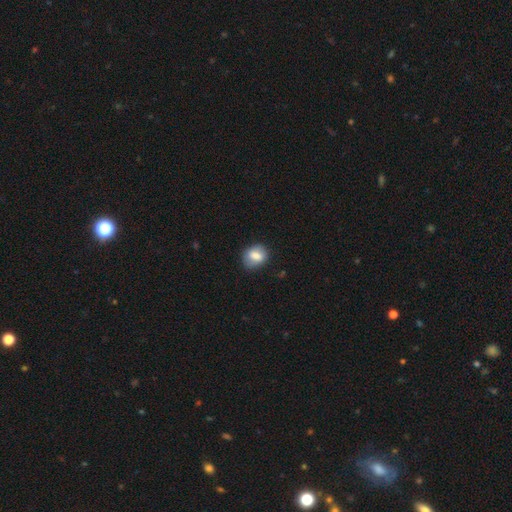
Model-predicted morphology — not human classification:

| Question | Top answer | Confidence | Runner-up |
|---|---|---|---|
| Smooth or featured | smooth | 76% | featured or disk (16%) |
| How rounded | in between | 58% | round (41%) |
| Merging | none | 74% | minor disturbance (18%) |